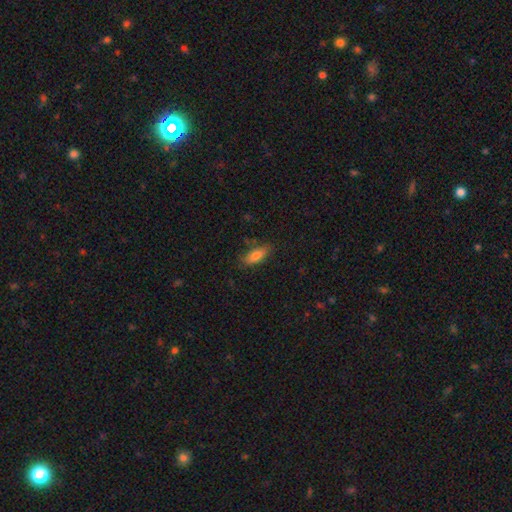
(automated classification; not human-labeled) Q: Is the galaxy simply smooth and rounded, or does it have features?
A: smooth — 78%.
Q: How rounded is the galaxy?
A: in between — 72%.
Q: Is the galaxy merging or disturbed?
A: none — 78%.